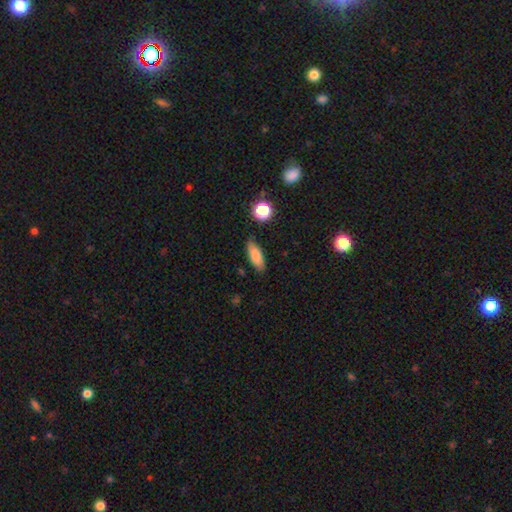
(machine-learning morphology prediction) smooth 82%, featured or disk 10%, star or artifact 8%. Down the decision tree: how rounded — in between (71%); merging — none (83%).